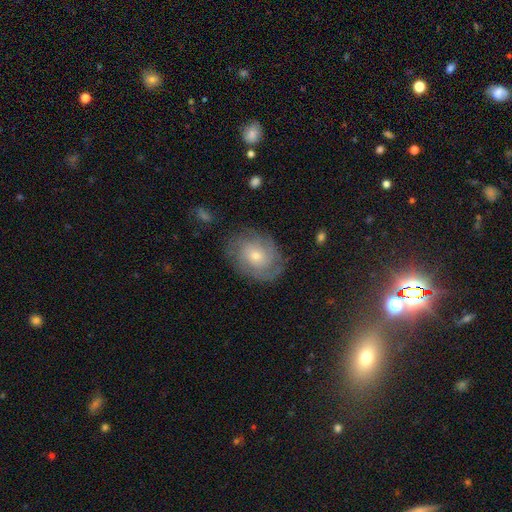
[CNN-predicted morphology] A featured or disk galaxy (62%) with no bar (79%), tight (63%) spiral arms (86%) and a small central bulge (53%). Merging: none (76%).